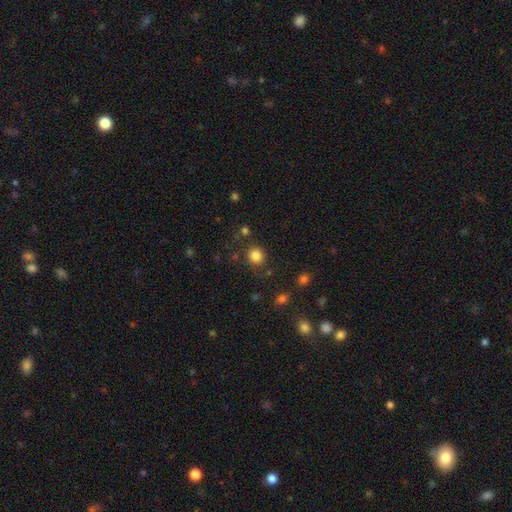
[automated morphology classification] The model was most divided on "merging": none: 81%, minor disturbance: 10%, major disturbance: 4%, merger: 4%. More confident: how rounded — round (86%); smooth or featured — smooth (83%).